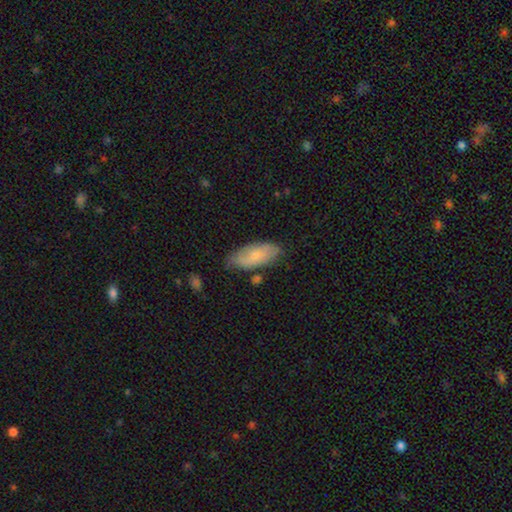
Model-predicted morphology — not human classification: This is likely a smooth galaxy (64%). How rounded: clearly in between (87%). Merging: likely none (68%).